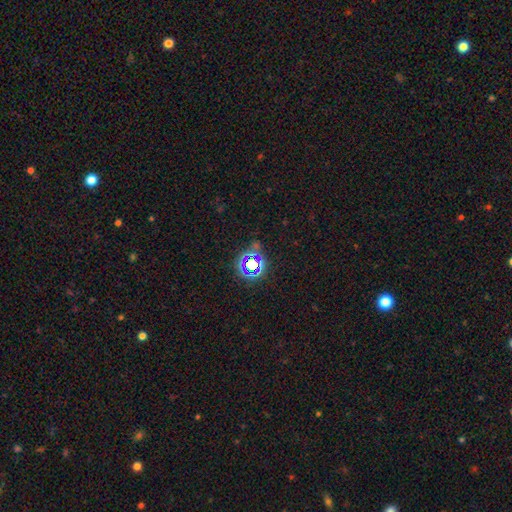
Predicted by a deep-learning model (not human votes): This is likely a star or artifact rather than a galaxy (67%).